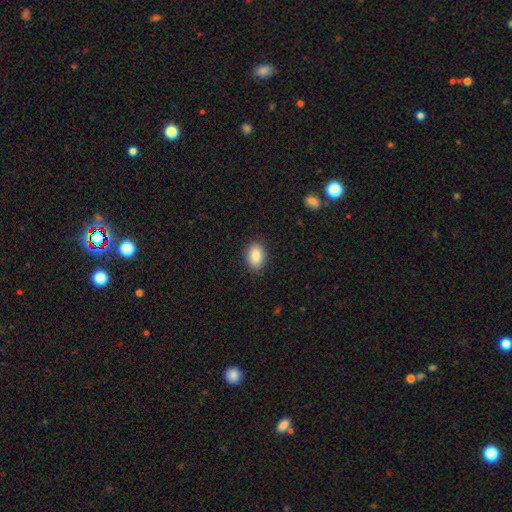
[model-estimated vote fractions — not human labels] smooth 88%, star or artifact 7%, featured or disk 5%. Down the decision tree: how rounded — in between (85%); merging — none (86%).